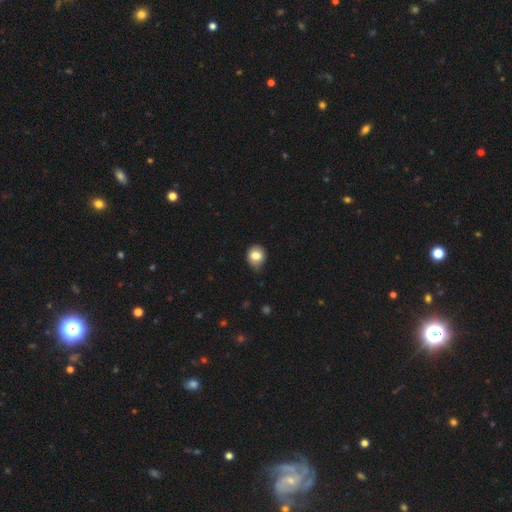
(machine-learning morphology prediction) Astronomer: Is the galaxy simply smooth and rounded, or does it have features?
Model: smooth — 81%.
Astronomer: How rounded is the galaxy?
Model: round — 74%.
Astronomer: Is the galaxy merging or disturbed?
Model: none — 70%.